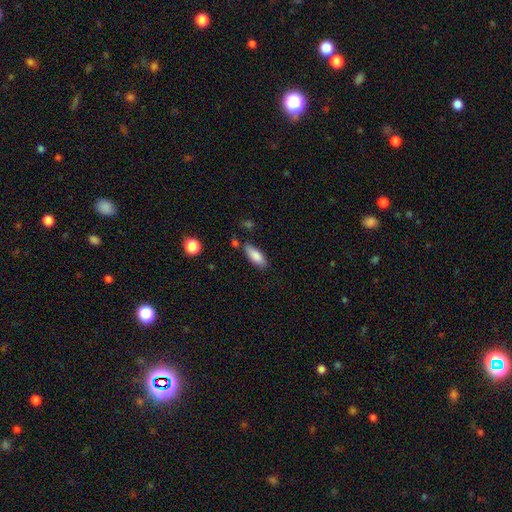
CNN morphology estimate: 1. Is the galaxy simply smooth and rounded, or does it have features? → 86% smooth, 8% featured or disk, 7% star or artifact.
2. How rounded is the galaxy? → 74% in between, 24% cigar-shaped, 2% round.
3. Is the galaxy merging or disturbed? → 74% none, 17% minor disturbance, 5% merger, 4% major disturbance.